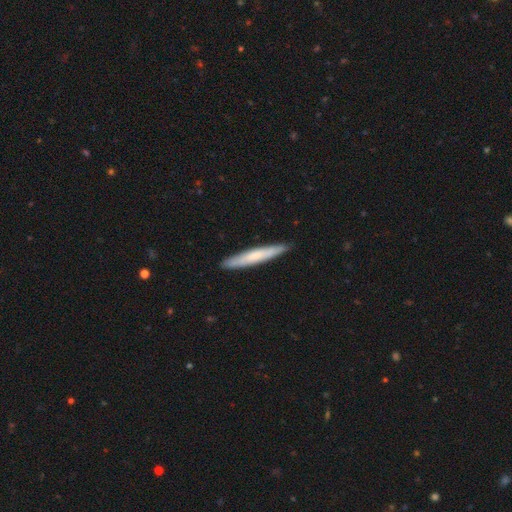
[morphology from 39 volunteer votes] Smooth or featured: smooth — 59% (featured or disk — 36%)
How rounded: cigar-shaped — 96% (in between — 4%)
Merging: none — 92% (minor disturbance — 5%)